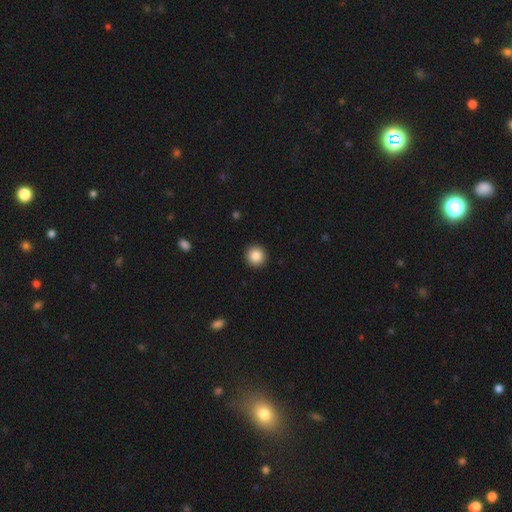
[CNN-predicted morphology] Smooth or featured? Predicted: smooth (p=0.86). How rounded? Predicted: round (p=0.95). Merging? Predicted: none (p=0.93).